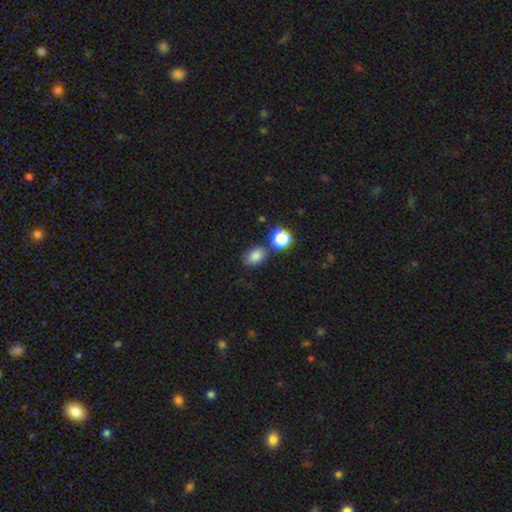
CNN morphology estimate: Smooth or featured?
  - smooth: 81% *
  - star or artifact: 13%
  - featured or disk: 6%
How rounded?
  - in between: 72% *
  - round: 27%
  - cigar-shaped: 1%
Merging?
  - none: 67% *
  - merger: 15%
  - minor disturbance: 14%
  - major disturbance: 4%